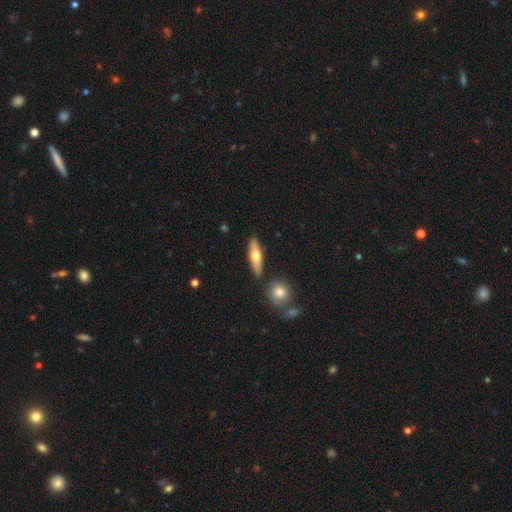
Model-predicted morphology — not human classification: smooth_or_featured: smooth (p=0.59) [alt: featured or disk p=0.36]
how_rounded: cigar-shaped (p=0.53) [alt: in between p=0.44]
merging: none (p=0.83) [alt: minor disturbance p=0.09]